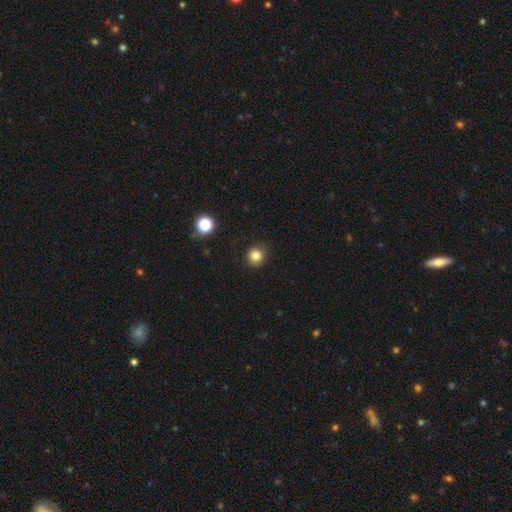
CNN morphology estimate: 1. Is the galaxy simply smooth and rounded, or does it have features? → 82% smooth, 12% star or artifact, 5% featured or disk.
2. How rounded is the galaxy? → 89% round, 10% in between, 1% cigar-shaped.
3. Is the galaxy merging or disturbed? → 86% none, 10% minor disturbance, 2% major disturbance, 1% merger.